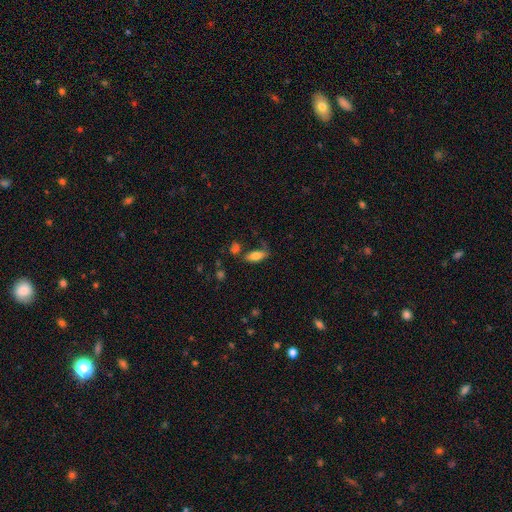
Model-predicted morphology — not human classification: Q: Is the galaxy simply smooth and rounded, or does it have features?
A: smooth — 76%.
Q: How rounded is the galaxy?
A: in between — 74%.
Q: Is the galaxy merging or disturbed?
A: none — 63%.